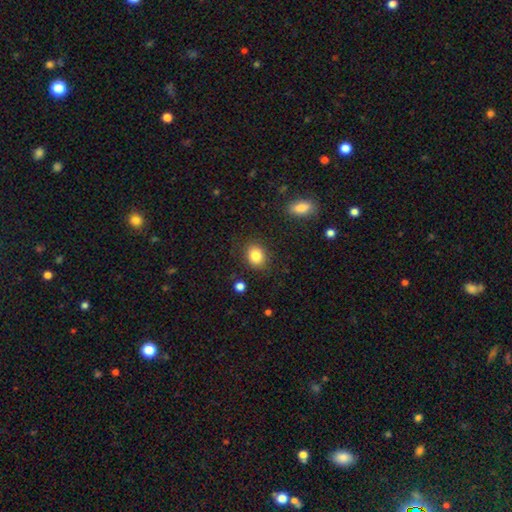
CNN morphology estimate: Smooth or featured?
  - smooth: 84% *
  - star or artifact: 10%
  - featured or disk: 6%
How rounded?
  - round: 58% *
  - in between: 41%
  - cigar-shaped: 1%
Merging?
  - none: 86% *
  - minor disturbance: 10%
  - major disturbance: 3%
  - merger: 2%